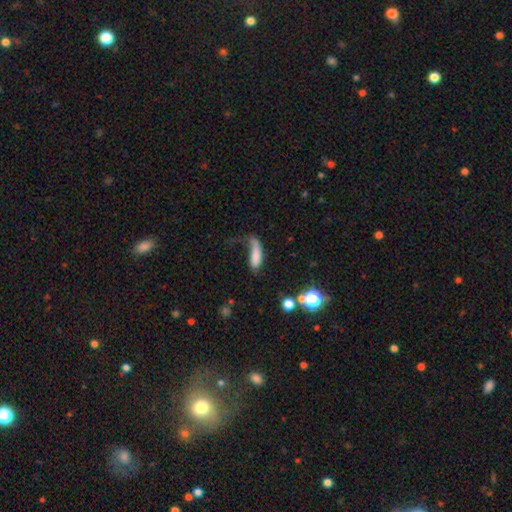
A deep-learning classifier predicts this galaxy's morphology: Overall: smooth (70%). How rounded: cigar-shaped (49%; in between 47%). Merging: major disturbance (41%; none 27%).